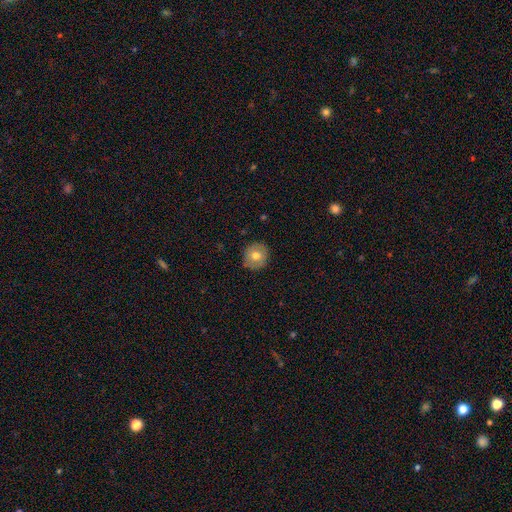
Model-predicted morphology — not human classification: Smooth or featured? Predicted: smooth (p=0.69). How rounded? Predicted: round (p=0.88). Merging? Predicted: none (p=0.88).